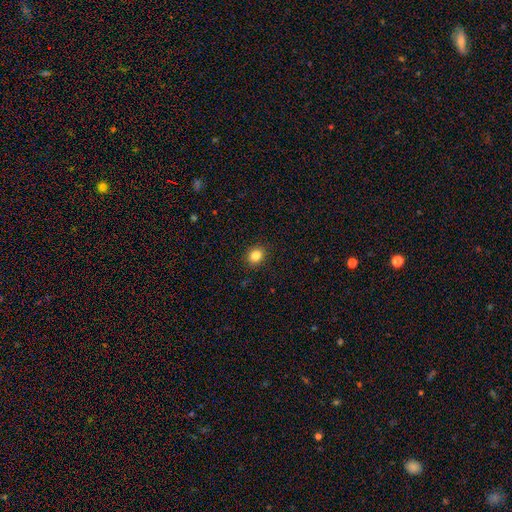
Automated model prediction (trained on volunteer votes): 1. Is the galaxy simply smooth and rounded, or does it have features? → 84% smooth, 11% star or artifact, 5% featured or disk.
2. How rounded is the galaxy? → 68% round, 31% in between, 1% cigar-shaped.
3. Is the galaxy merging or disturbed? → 91% none, 6% minor disturbance, 2% major disturbance, 1% merger.